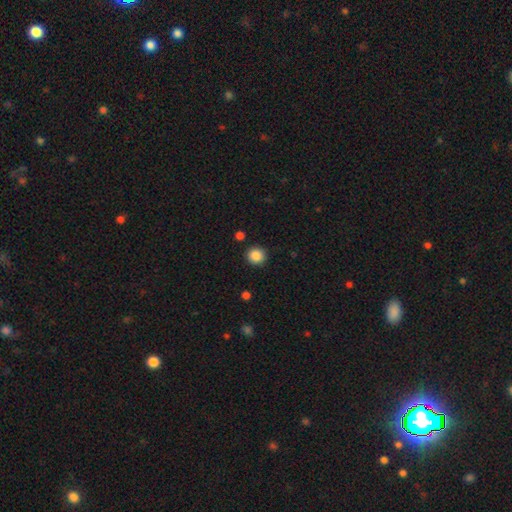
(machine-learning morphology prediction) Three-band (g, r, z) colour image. It shows a smooth galaxy with no disk features (87%) that is round (92%). Merging: none (91%).